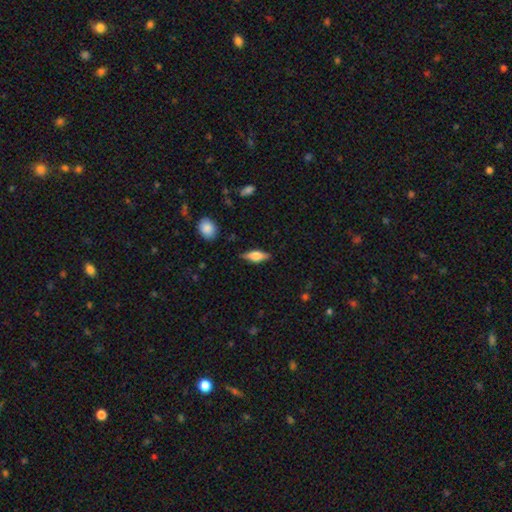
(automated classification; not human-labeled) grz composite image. It shows a smooth galaxy with no disk features (47%). Merging: none (85%).